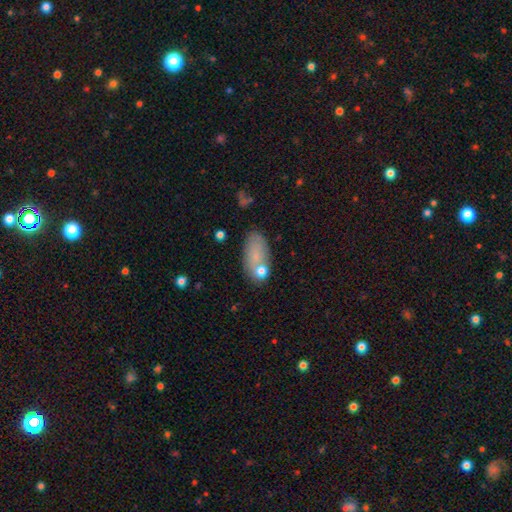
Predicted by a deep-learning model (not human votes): Overall: smooth (73%). How rounded: in between (87%). Merging: none (67%).